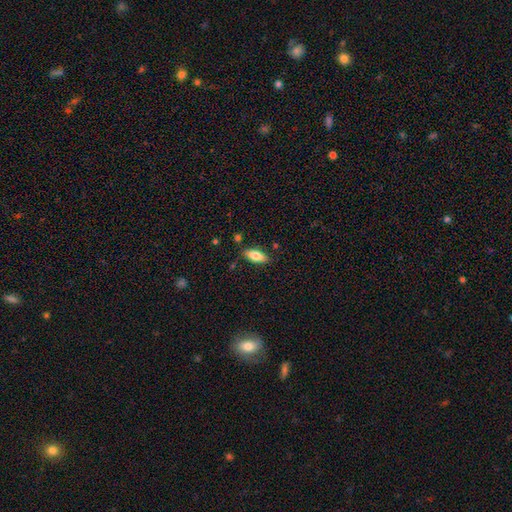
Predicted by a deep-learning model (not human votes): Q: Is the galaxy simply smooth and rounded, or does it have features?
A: smooth — 73%.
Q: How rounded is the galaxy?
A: in between — 79%.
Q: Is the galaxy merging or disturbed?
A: none — 84%.